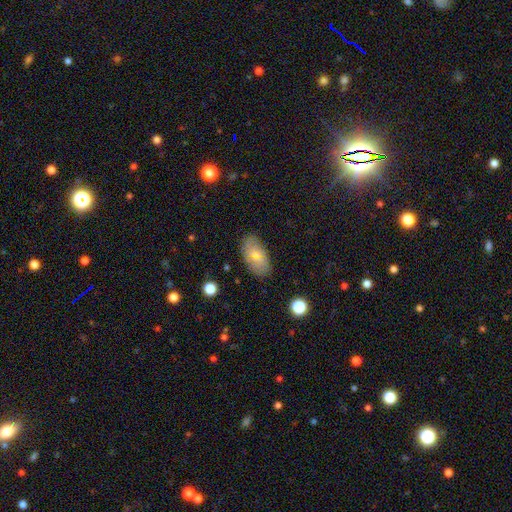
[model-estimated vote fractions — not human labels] A smooth galaxy with no disk features (69%) that is in between round and cigar-shaped (92%). Merging: none (82%).